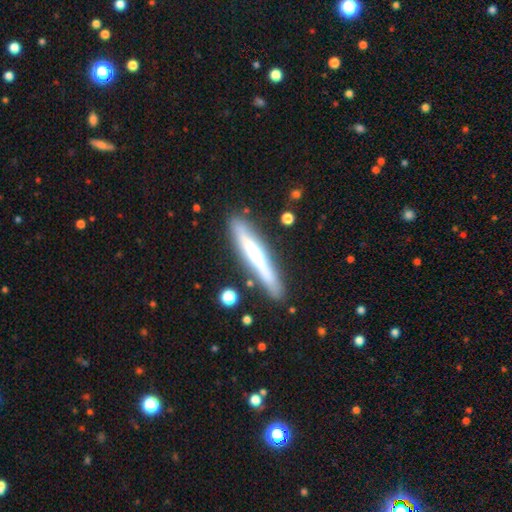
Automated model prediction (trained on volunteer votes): Smooth or featured: featured or disk — 50% (smooth — 43%)
Edge-on disk: yes — 88% (no — 12%)
Merging: none — 85% (minor disturbance — 11%)